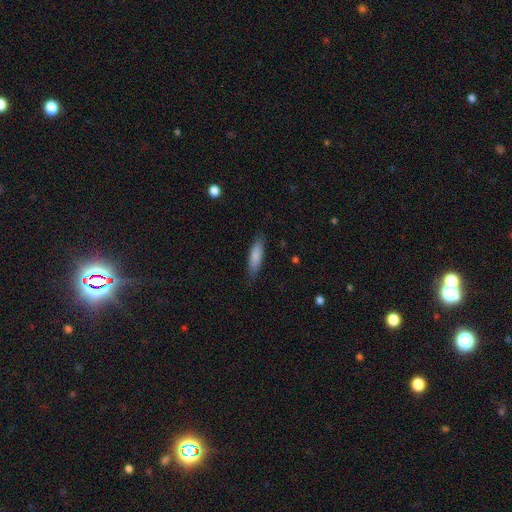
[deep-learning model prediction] A smooth galaxy with no disk features (83%) that is cigar-shaped (56%). Merging: none (83%).